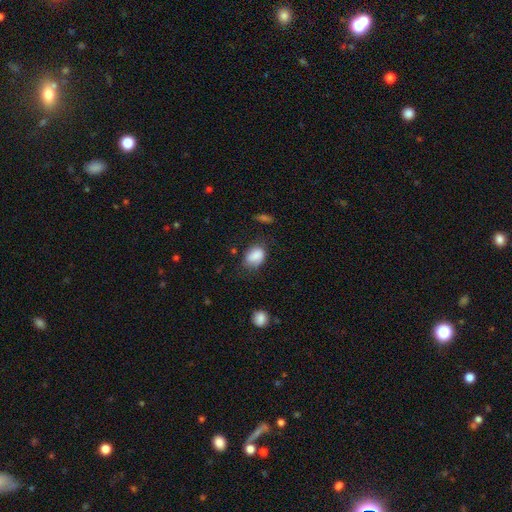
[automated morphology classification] Smooth or featured? smooth (79%)
How rounded? in between (77%)
Merging? none (53%)